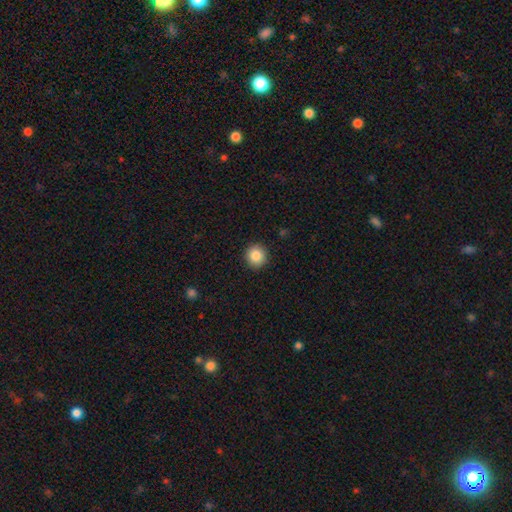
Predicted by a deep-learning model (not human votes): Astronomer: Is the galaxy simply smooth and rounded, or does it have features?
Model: smooth — 86%.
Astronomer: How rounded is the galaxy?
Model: round — 93%.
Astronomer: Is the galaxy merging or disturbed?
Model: none — 92%.